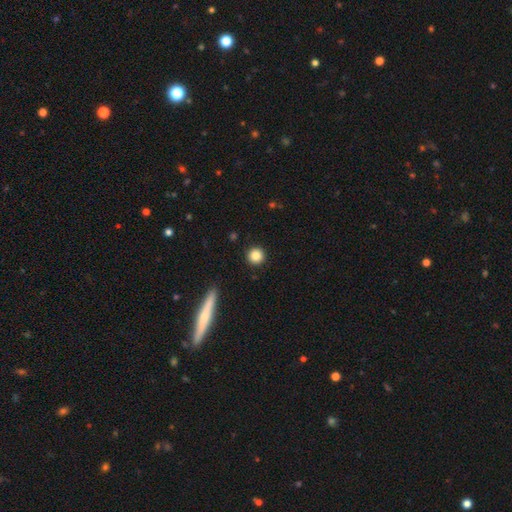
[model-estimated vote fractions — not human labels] Smooth or featured? Predicted: smooth (p=0.86). How rounded? Predicted: round (p=0.95). Merging? Predicted: none (p=0.92).